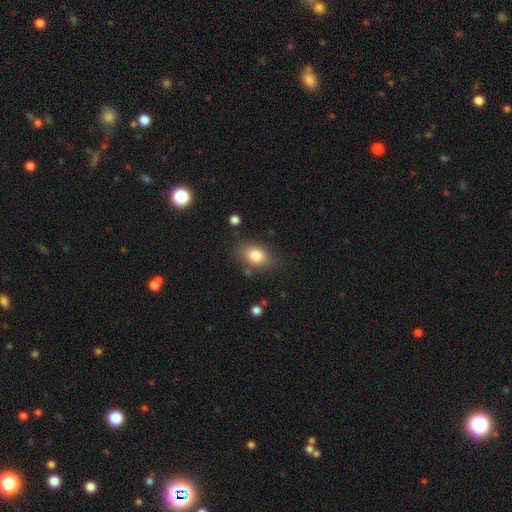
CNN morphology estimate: A smooth galaxy with no disk features (82%) that is in between round and cigar-shaped (77%).

Vote fractions:
- Smooth or featured? smooth: 82% / featured or disk: 9% / star or artifact: 9%
- How rounded? in between: 77% / round: 21% / cigar-shaped: 1%
- Merging? none: 77% / minor disturbance: 15% / major disturbance: 5% / merger: 3%